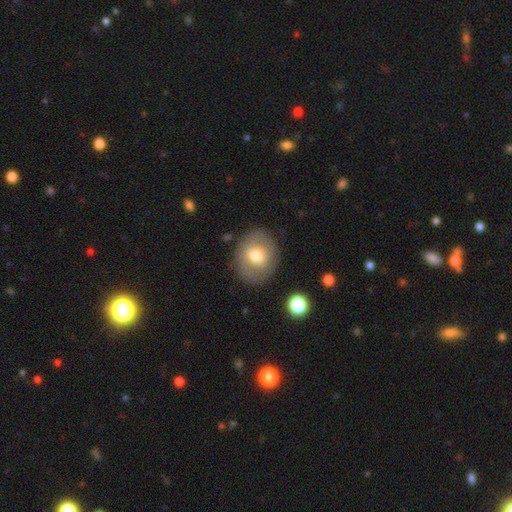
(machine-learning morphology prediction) Smooth or featured: smooth — 59% (featured or disk — 33%)
How rounded: round — 56% (in between — 43%)
Merging: none — 80% (minor disturbance — 13%)